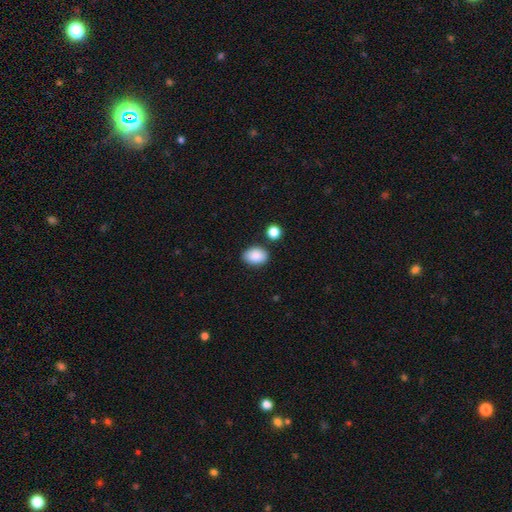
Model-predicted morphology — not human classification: Q: Smooth or featured?
A: smooth (88%); runner-up: star or artifact (8%)
Q: How rounded?
A: in between (76%); runner-up: round (23%)
Q: Merging?
A: none (79%); runner-up: minor disturbance (13%)